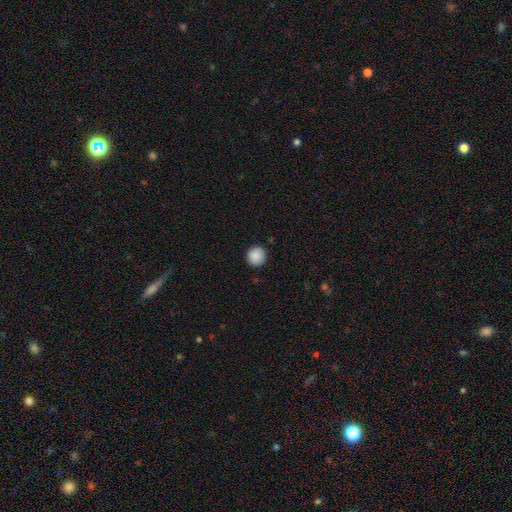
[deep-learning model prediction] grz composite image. It shows a smooth galaxy with no disk features (88%) that is round (94%). Merging: none (91%).